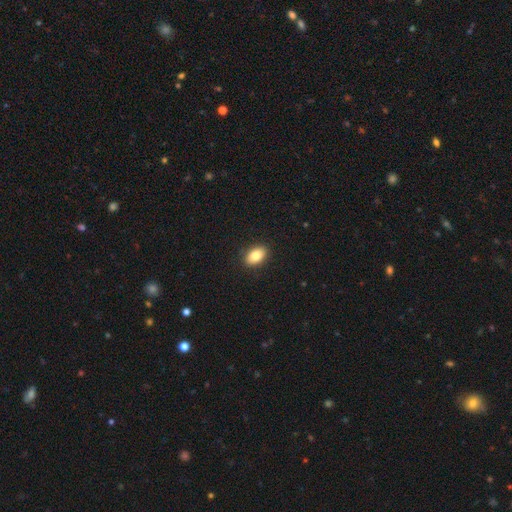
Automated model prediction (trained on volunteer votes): A smooth galaxy with no disk features (83%) that is in between round and cigar-shaped (87%). Merging: none (90%).